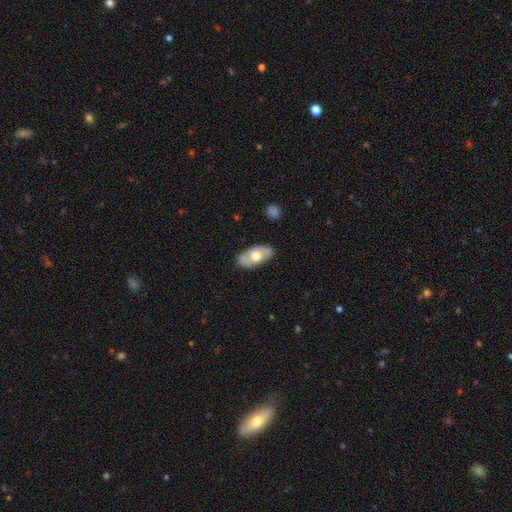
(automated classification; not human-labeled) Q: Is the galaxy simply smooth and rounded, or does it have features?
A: smooth — 51%.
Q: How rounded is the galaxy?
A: in between — 91%.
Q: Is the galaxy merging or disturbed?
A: none — 80%.